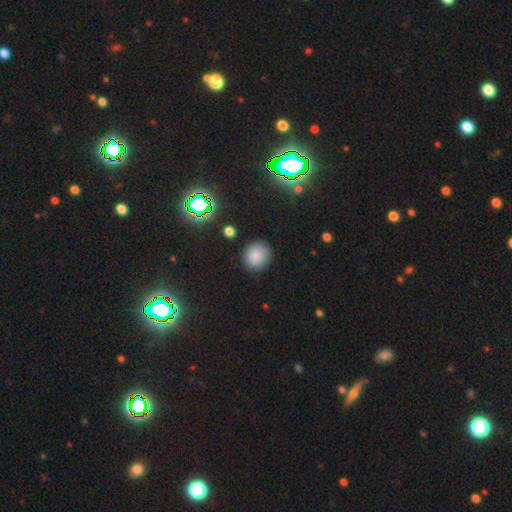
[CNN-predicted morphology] Q: Smooth or featured?
A: smooth (84%); runner-up: star or artifact (11%)
Q: How rounded?
A: round (87%); runner-up: in between (12%)
Q: Merging?
A: none (88%); runner-up: minor disturbance (8%)